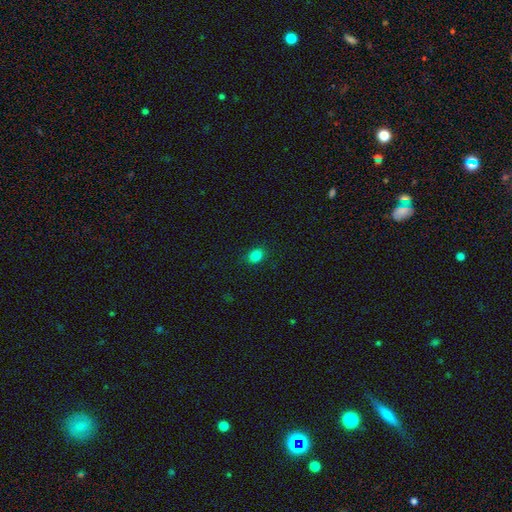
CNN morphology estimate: Smooth or featured?
  - smooth: 85% *
  - star or artifact: 11%
  - featured or disk: 4%
How rounded?
  - in between: 62% *
  - round: 37%
  - cigar-shaped: 1%
Merging?
  - none: 87% *
  - minor disturbance: 9%
  - major disturbance: 3%
  - merger: 1%